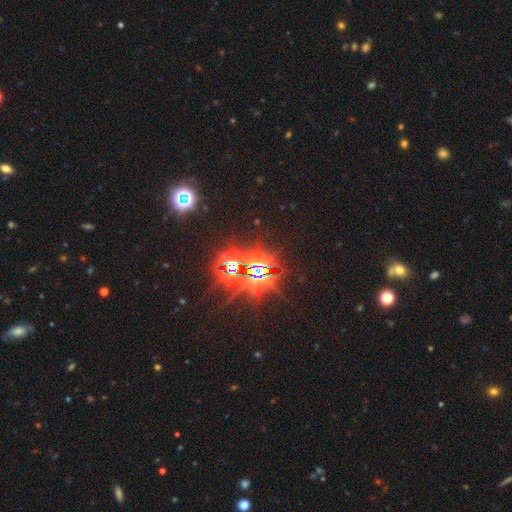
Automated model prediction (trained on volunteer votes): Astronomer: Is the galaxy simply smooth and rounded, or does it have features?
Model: star or artifact — 84%.